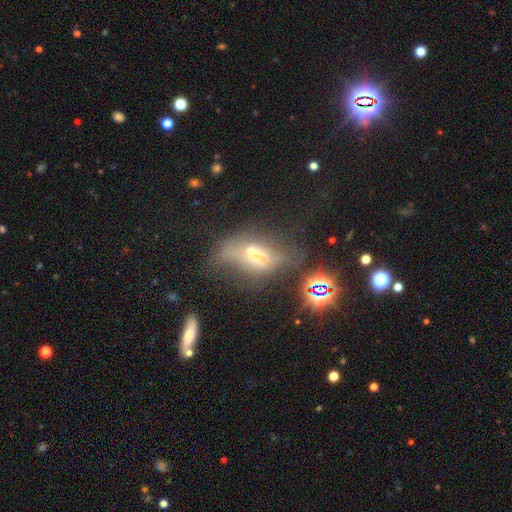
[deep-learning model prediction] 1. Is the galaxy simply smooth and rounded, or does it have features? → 50% featured or disk, 27% smooth, 22% star or artifact.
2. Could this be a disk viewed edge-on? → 62% no, 38% yes.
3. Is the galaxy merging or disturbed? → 31% none, 30% major disturbance, 21% merger, 17% minor disturbance.